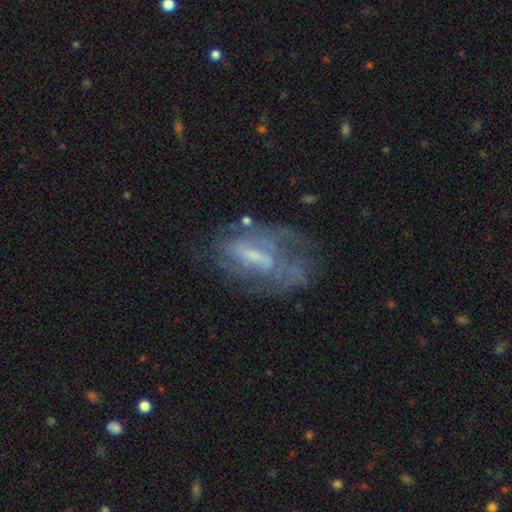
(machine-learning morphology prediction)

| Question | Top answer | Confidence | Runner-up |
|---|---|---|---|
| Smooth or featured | featured or disk | 70% | smooth (21%) |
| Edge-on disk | no | 91% | yes (9%) |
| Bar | weak | 44% | no (29%) |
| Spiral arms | yes | 62% | no (38%) |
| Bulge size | small | 42% | moderate (31%) |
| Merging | none | 47% | major disturbance (26%) |